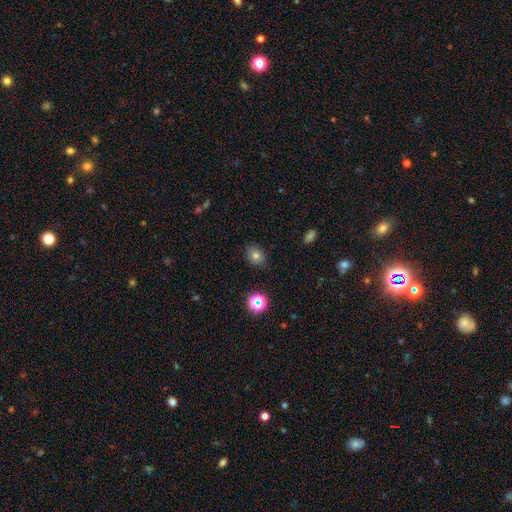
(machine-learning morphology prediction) A smooth galaxy with no disk features (75%) that is in between round and cigar-shaped (51%).

Vote fractions:
- Smooth or featured? smooth: 75% / star or artifact: 16% / featured or disk: 10%
- How rounded? in between: 51% / round: 48% / cigar-shaped: 1%
- Merging? none: 80% / minor disturbance: 15% / major disturbance: 3% / merger: 2%